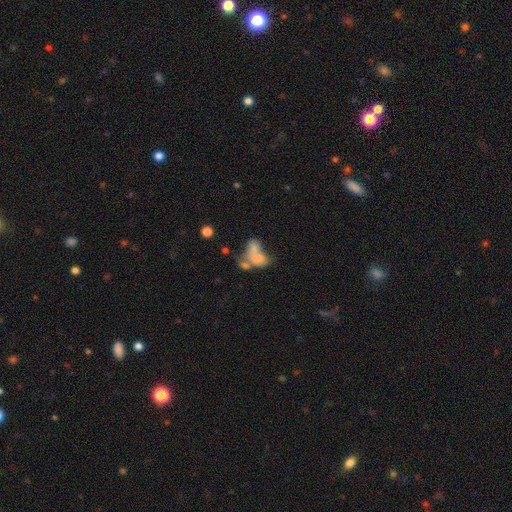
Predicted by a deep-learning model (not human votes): smooth-or-featured: smooth: 64% | featured or disk: 25% | star or artifact: 11%
  how-rounded: in between: 85% | round: 12% | cigar-shaped: 3%
  merging: merger: 55% | major disturbance: 18% | none: 16% | minor disturbance: 11%